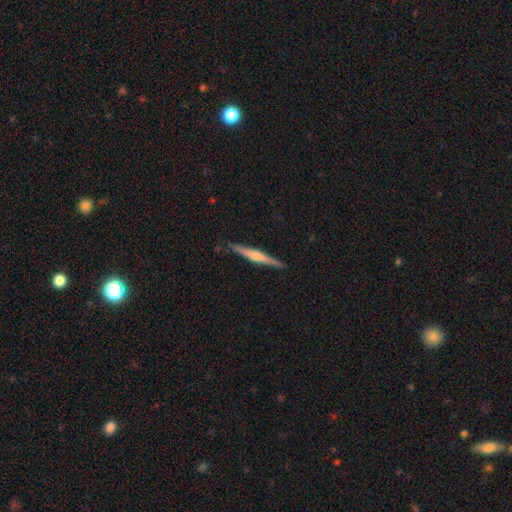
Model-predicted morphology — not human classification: Q: Smooth or featured?
A: featured or disk (70%); runner-up: smooth (24%)
Q: Edge-on disk?
A: yes (98%); runner-up: no (2%)
Q: Edge-on bulge?
A: rounded (77%); runner-up: boxy (12%)
Q: Merging?
A: none (90%); runner-up: minor disturbance (8%)